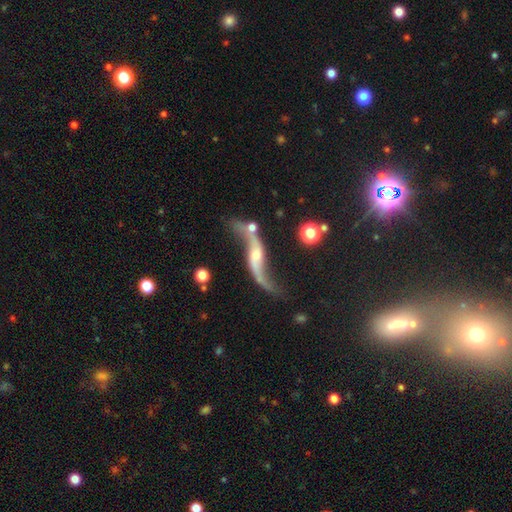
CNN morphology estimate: This appears to be a featured or disk galaxy (86%) with no bar (51%), 2 (92%) loose (94%) spiral arms (94%) and a small central bulge (51%). Merging: none (53%).